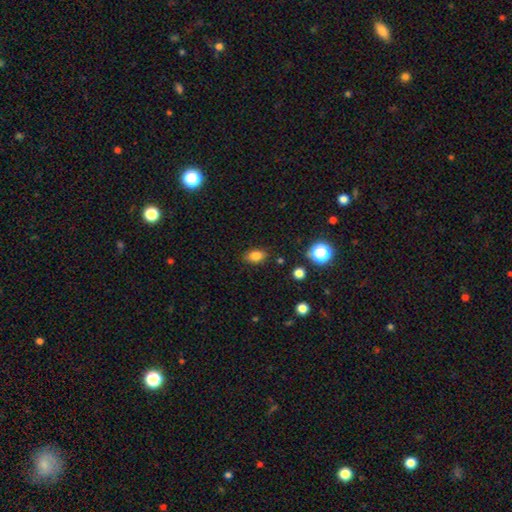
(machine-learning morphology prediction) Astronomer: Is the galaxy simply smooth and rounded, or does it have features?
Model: smooth — 81%.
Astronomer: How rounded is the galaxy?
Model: in between — 81%.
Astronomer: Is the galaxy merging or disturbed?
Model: none — 85%.